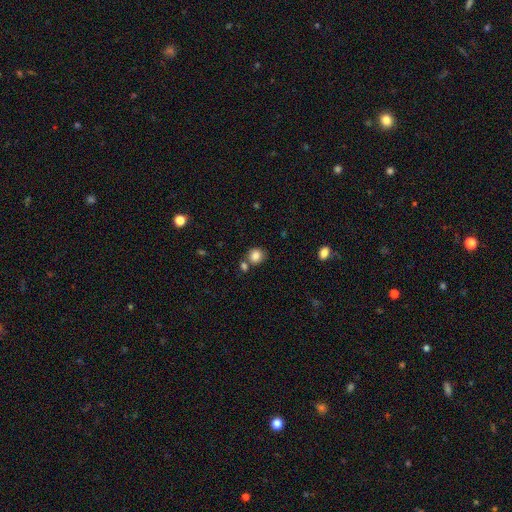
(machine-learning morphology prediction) smooth-or-featured: smooth: 84% | star or artifact: 10% | featured or disk: 6%
  how-rounded: round: 81% | in between: 18% | cigar-shaped: 1%
  merging: none: 68% | merger: 17% | minor disturbance: 11% | major disturbance: 3%